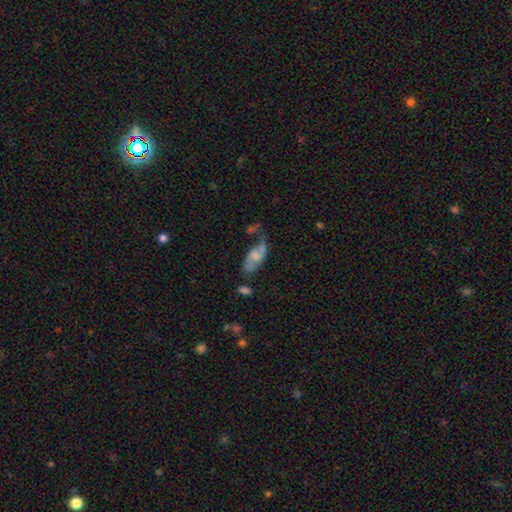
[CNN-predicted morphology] This appears to be a featured or disk galaxy (49%). Merging: none (33%).